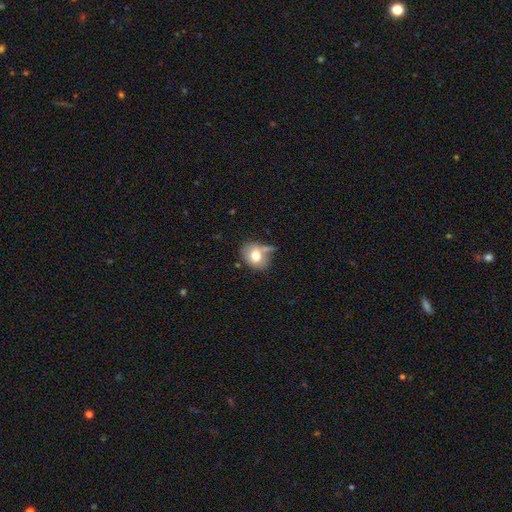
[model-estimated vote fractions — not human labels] Smooth or featured?
  - smooth: 73% *
  - featured or disk: 18%
  - star or artifact: 9%
How rounded?
  - in between: 54% *
  - round: 45%
  - cigar-shaped: 1%
Merging?
  - none: 47% *
  - minor disturbance: 26%
  - merger: 16%
  - major disturbance: 11%